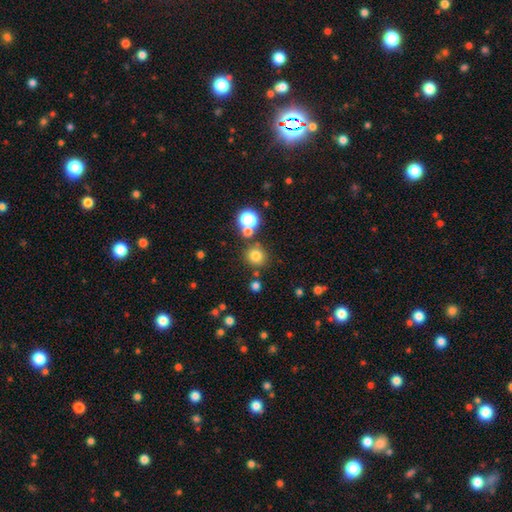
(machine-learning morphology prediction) Smooth or featured?
  - smooth: 76% *
  - star or artifact: 17%
  - featured or disk: 7%
How rounded?
  - round: 89% *
  - in between: 10%
  - cigar-shaped: 1%
Merging?
  - none: 78% *
  - merger: 10%
  - minor disturbance: 9%
  - major disturbance: 3%